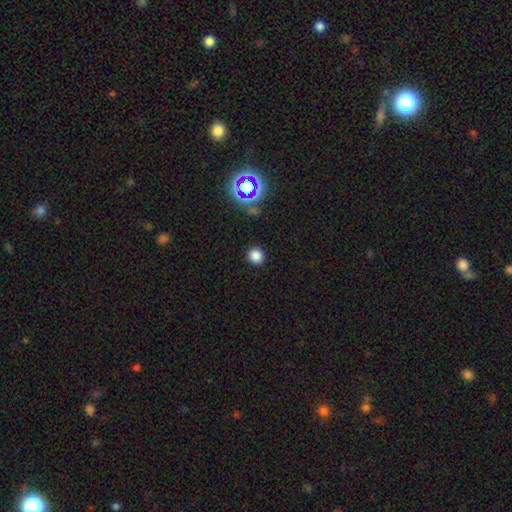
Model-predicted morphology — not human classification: This appears to be a smooth galaxy with no disk features (80%) that is round (90%). Merging: none (90%).